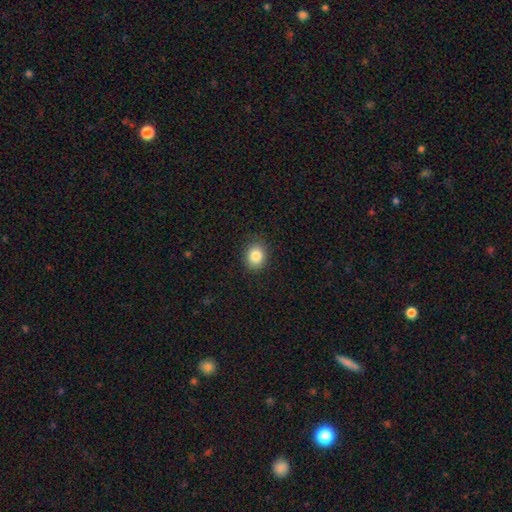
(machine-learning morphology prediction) type=smooth (84%); roundness=round (59%); merging=none (88%).